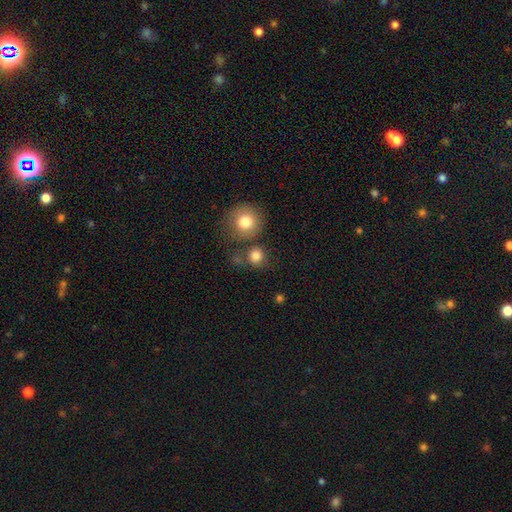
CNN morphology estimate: smooth 82%, star or artifact 11%, featured or disk 7%. Down the decision tree: how rounded — round (88%); merging — none (66%).